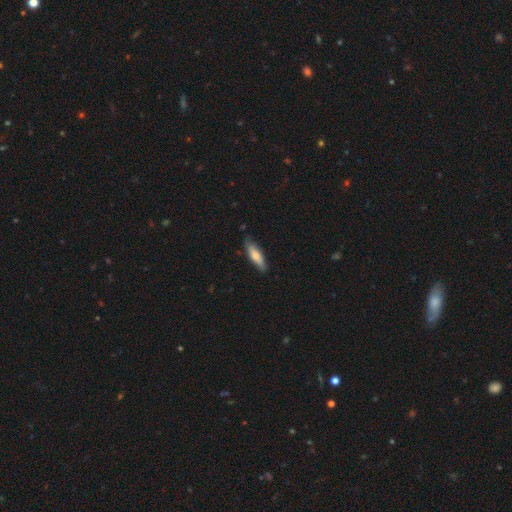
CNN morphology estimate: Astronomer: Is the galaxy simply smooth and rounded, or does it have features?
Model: smooth — 73%.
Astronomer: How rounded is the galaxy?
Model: cigar-shaped — 64%.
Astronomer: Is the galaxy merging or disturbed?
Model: none — 79%.